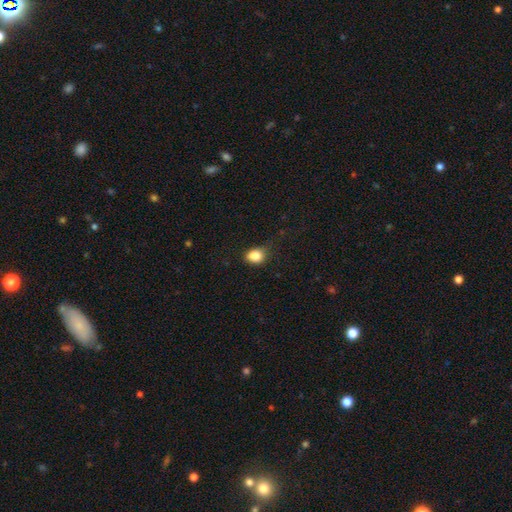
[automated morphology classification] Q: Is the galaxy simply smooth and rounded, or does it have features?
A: smooth — 86%.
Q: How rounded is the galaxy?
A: in between — 53%.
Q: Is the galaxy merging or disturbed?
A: none — 64%.